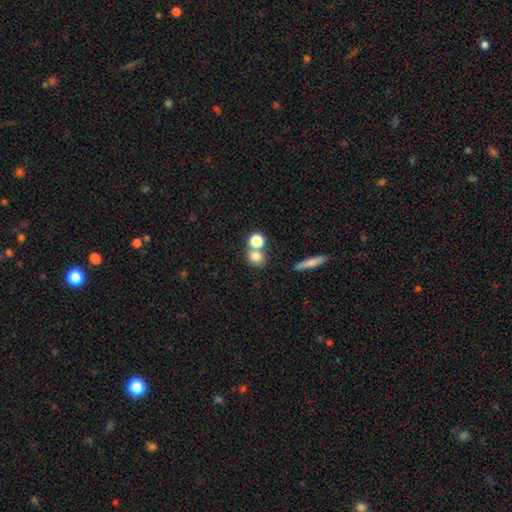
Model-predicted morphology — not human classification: type=smooth (77%); roundness=round (73%); merging=none (52%).